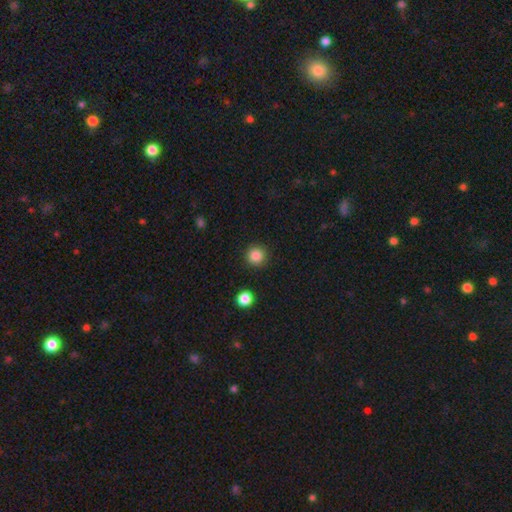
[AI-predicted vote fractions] Smooth or featured: smooth — 85% (star or artifact — 11%)
How rounded: round — 95% (in between — 4%)
Merging: none — 92% (minor disturbance — 5%)